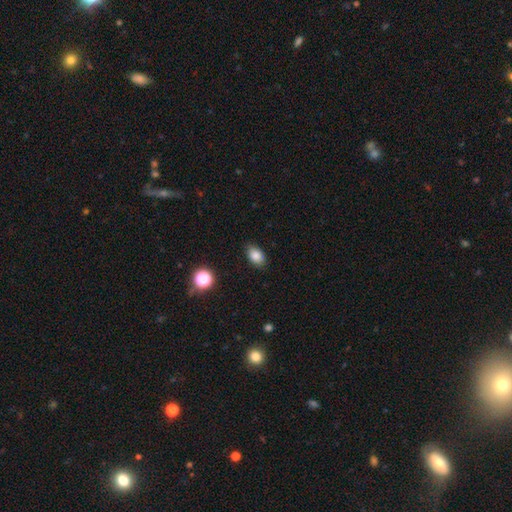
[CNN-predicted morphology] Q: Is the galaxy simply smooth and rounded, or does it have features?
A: smooth — 84%.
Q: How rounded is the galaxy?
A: in between — 86%.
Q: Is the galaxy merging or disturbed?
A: none — 84%.